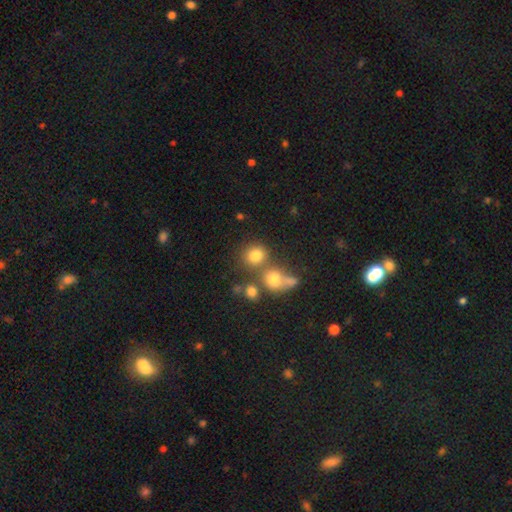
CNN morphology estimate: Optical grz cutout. It shows a smooth galaxy with no disk features (77%) that is round (78%). Merging: none (57%).